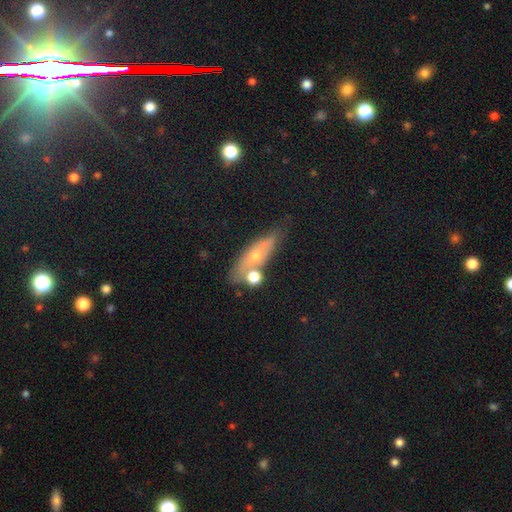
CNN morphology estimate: Smooth or featured?
  - smooth: 47% *
  - featured or disk: 39%
  - star or artifact: 14%
Merging?
  - none: 58% *
  - minor disturbance: 21%
  - merger: 14%
  - major disturbance: 7%